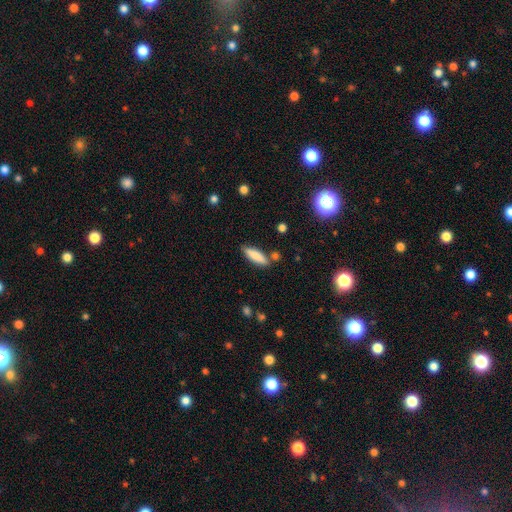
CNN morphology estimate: smooth_or_featured: smooth (p=0.83) [alt: featured or disk p=0.10]
how_rounded: cigar-shaped (p=0.59) [alt: in between p=0.39]
merging: none (p=0.80) [alt: minor disturbance p=0.12]